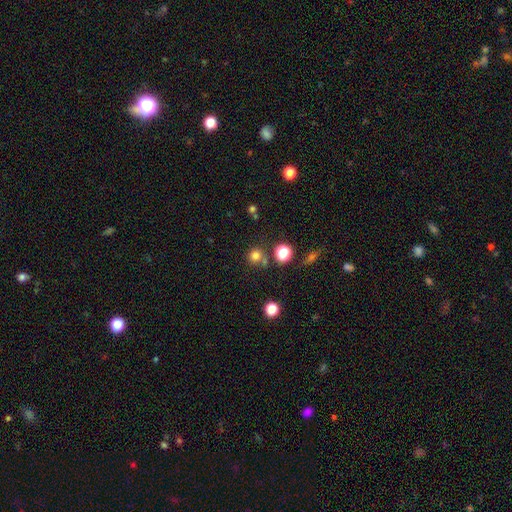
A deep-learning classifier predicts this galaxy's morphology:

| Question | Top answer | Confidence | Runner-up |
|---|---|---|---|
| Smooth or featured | smooth | 76% | star or artifact (18%) |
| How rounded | round | 91% | in between (8%) |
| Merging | none | 73% | merger (13%) |